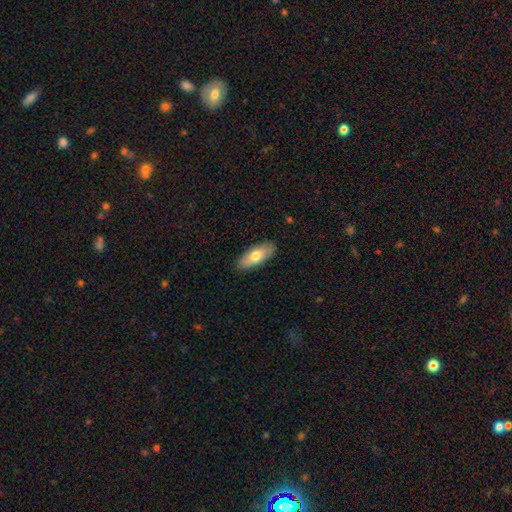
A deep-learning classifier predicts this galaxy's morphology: smooth 72%, featured or disk 22%, star or artifact 6%. Down the decision tree: how rounded — in between (81%); merging — none (87%).